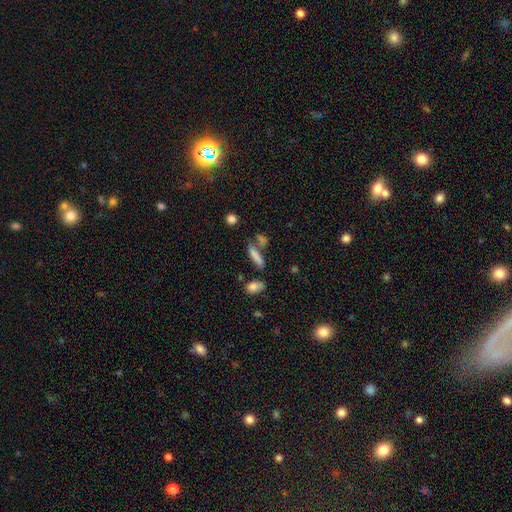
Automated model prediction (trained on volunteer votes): Morphology: type=smooth (76%); roundness=cigar-shaped (67%); merging=none (54%).